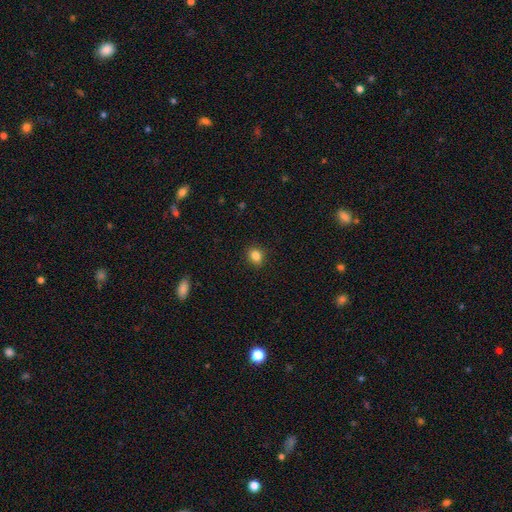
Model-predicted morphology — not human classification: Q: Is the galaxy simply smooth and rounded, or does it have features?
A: smooth — 85%.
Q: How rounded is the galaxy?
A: round — 56%.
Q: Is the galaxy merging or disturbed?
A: none — 90%.